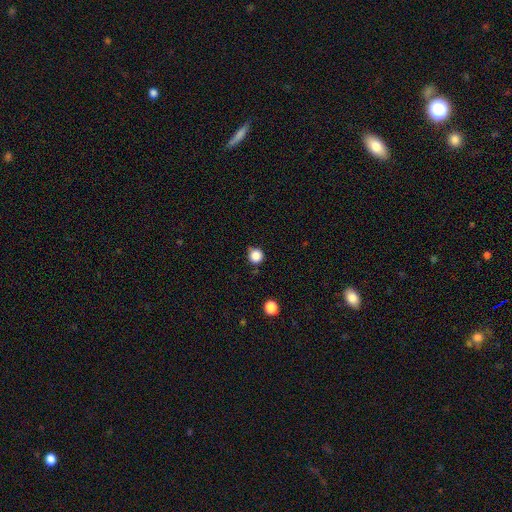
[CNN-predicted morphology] Smooth or featured? Predicted: smooth (p=0.86). How rounded? Predicted: round (p=0.94). Merging? Predicted: none (p=0.81).